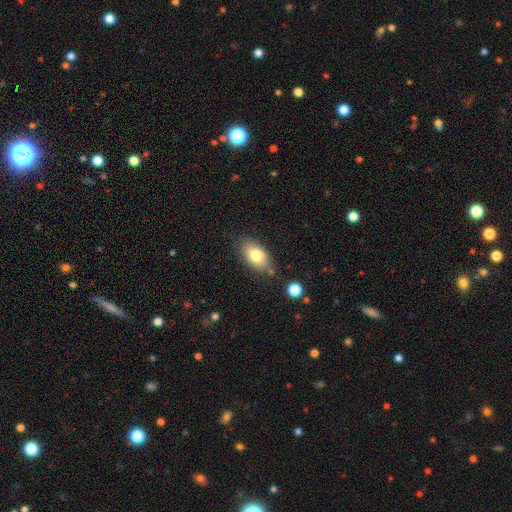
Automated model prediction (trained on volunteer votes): smooth 77%, featured or disk 15%, star or artifact 8%. Down the decision tree: how rounded — in between (89%); merging — none (74%).